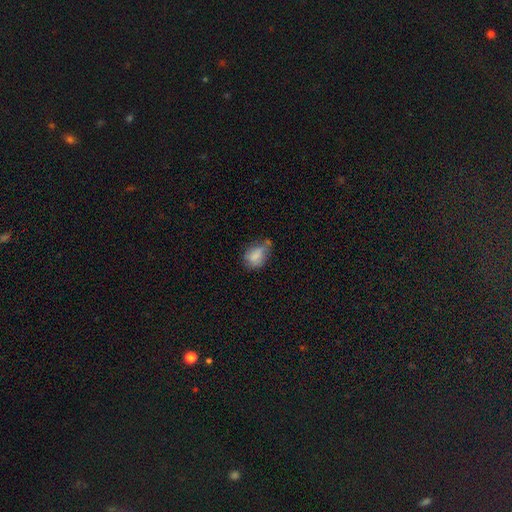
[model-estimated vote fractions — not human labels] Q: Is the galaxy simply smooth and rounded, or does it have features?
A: smooth — 77%.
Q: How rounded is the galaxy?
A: in between — 76%.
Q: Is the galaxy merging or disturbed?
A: minor disturbance — 40%.